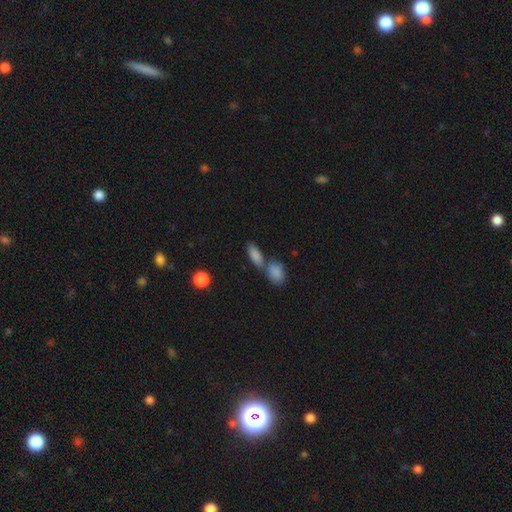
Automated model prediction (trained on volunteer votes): The model was most divided on "merging": none: 45%, merger: 42%, minor disturbance: 9%, major disturbance: 4%. More confident: smooth or featured — smooth (81%); how rounded — in between (73%).